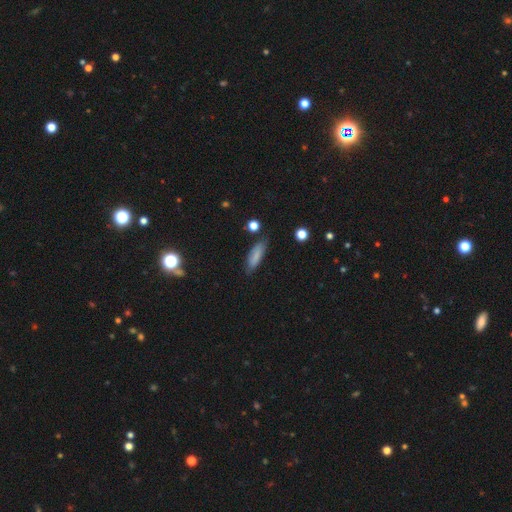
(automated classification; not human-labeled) Smooth or featured? Predicted: smooth (p=0.80). How rounded? Predicted: cigar-shaped (p=0.51). Merging? Predicted: none (p=0.77).